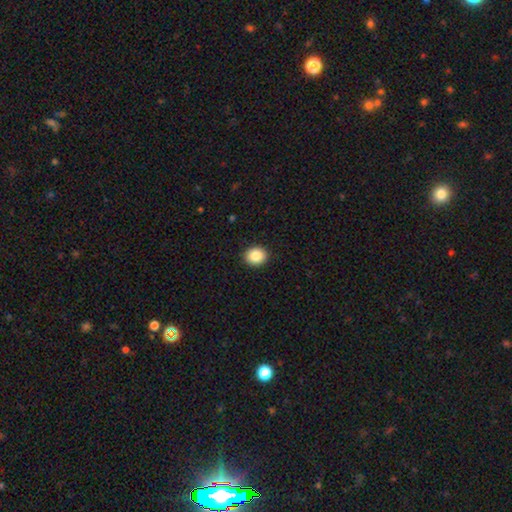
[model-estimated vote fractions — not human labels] Overall: smooth (87%). How rounded: round (65%; in between 34%). Merging: none (92%).